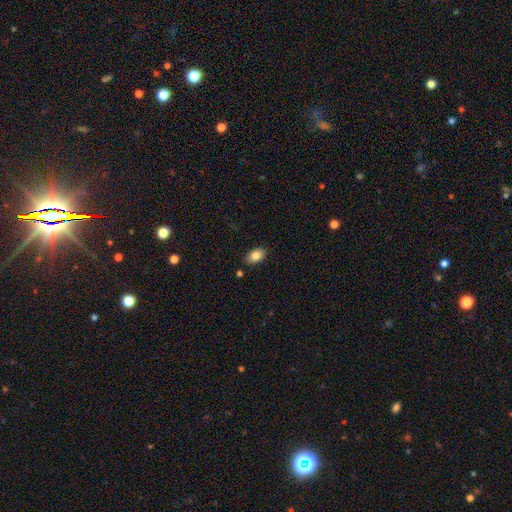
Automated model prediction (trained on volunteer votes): Smooth or featured: smooth — 84% (featured or disk — 8%)
How rounded: in between — 92% (round — 7%)
Merging: none — 84% (minor disturbance — 11%)